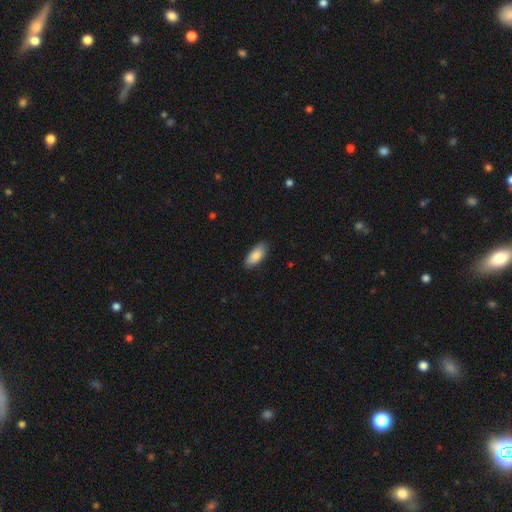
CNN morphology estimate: Q: Smooth or featured?
A: smooth (85%); runner-up: featured or disk (9%)
Q: How rounded?
A: in between (87%); runner-up: cigar-shaped (11%)
Q: Merging?
A: none (85%); runner-up: minor disturbance (12%)